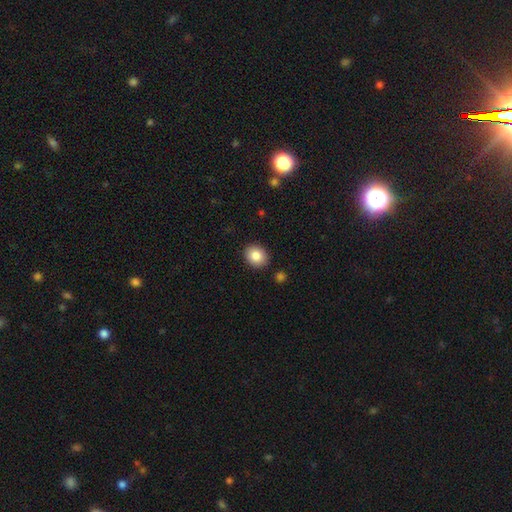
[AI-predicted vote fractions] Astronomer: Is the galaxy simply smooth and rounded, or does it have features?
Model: smooth — 85%.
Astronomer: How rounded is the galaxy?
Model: round — 58% (runner-up: in between, 41%).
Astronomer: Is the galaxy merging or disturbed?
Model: none — 89%.